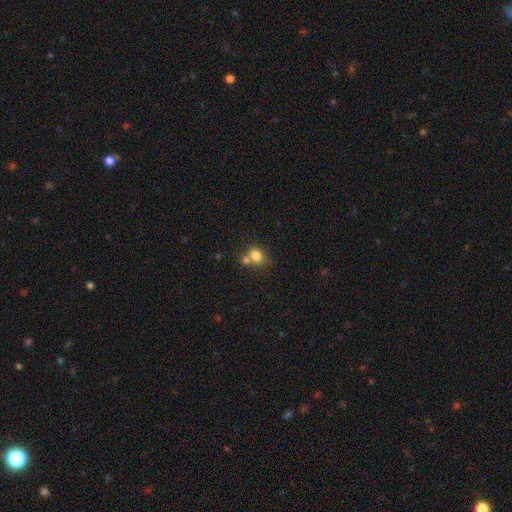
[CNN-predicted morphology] Smooth or featured: smooth — 79% (star or artifact — 11%)
How rounded: round — 53% (in between — 46%)
Merging: none — 46% (merger — 37%)